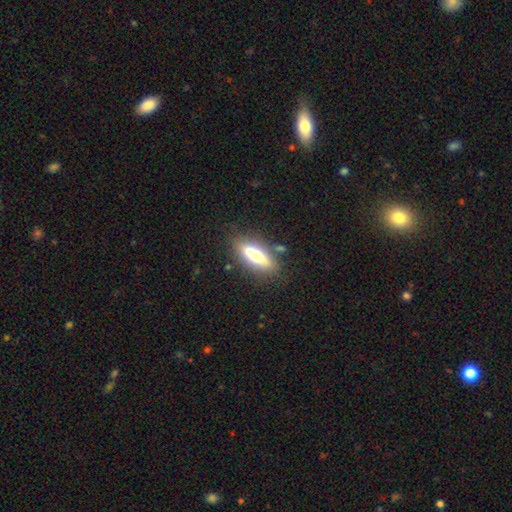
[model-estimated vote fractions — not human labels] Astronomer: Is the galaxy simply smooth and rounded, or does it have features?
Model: smooth — 53% (runner-up: featured or disk, 38%).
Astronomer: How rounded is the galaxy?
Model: in between — 64%.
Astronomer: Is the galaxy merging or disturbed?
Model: none — 61%.